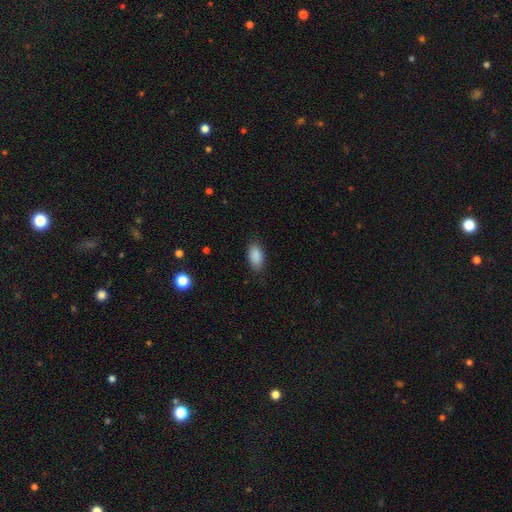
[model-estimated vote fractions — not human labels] This appears to be a smooth galaxy with no disk features (89%) that is in between round and cigar-shaped (93%). Merging: none (83%).